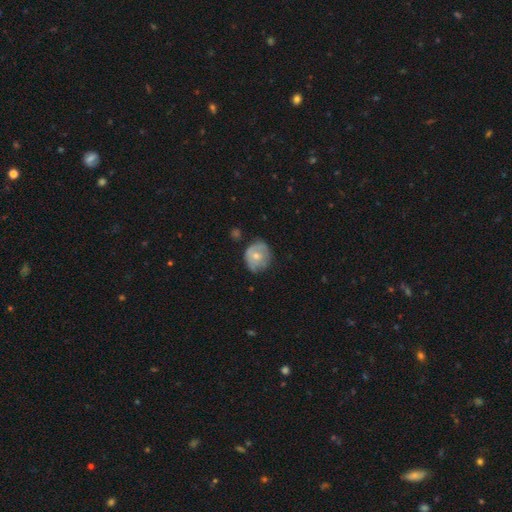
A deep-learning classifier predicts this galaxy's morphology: smooth_or_featured: smooth (p=0.56) [alt: featured or disk p=0.37]
how_rounded: round (p=0.73) [alt: in between p=0.26]
merging: none (p=0.58) [alt: minor disturbance p=0.32]